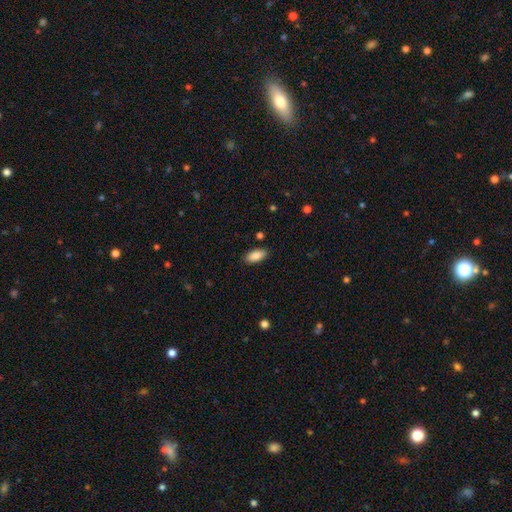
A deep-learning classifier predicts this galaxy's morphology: Smooth or featured?
  - smooth: 88% *
  - star or artifact: 7%
  - featured or disk: 5%
How rounded?
  - in between: 89% *
  - cigar-shaped: 9%
  - round: 2%
Merging?
  - none: 88% *
  - minor disturbance: 9%
  - major disturbance: 2%
  - merger: 1%